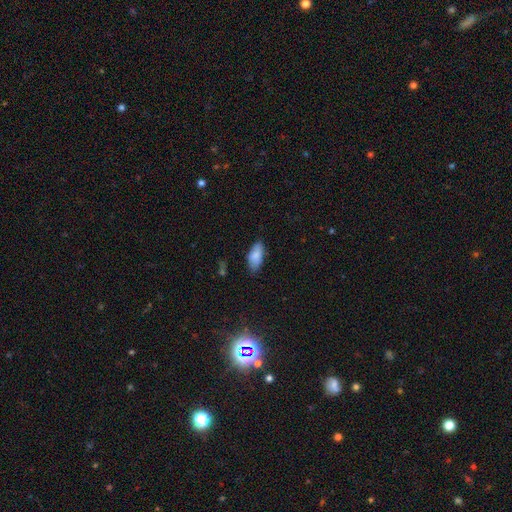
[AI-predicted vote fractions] Smooth or featured? smooth (84%)
How rounded? in between (89%)
Merging? none (77%)